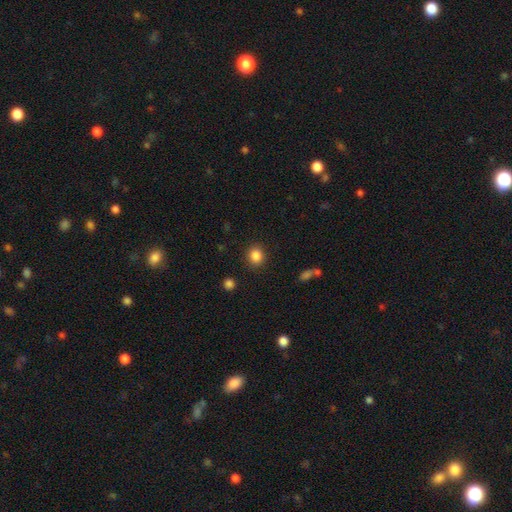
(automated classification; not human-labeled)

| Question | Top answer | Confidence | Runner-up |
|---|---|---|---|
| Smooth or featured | smooth | 86% | star or artifact (10%) |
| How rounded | round | 74% | in between (25%) |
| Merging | none | 88% | minor disturbance (7%) |